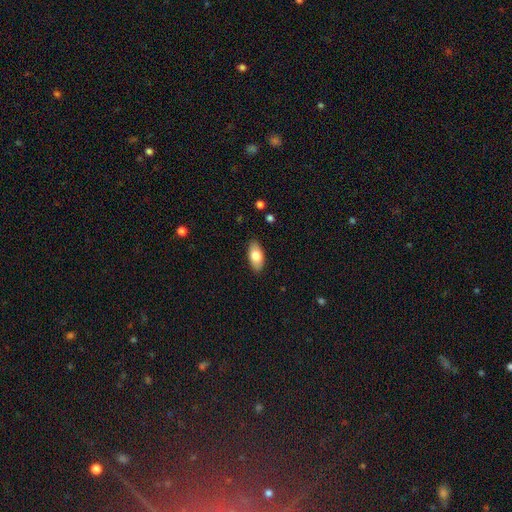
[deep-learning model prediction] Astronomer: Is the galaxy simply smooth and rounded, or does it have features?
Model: smooth — 79%.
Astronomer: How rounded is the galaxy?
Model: in between — 92%.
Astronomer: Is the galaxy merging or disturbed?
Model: none — 88%.